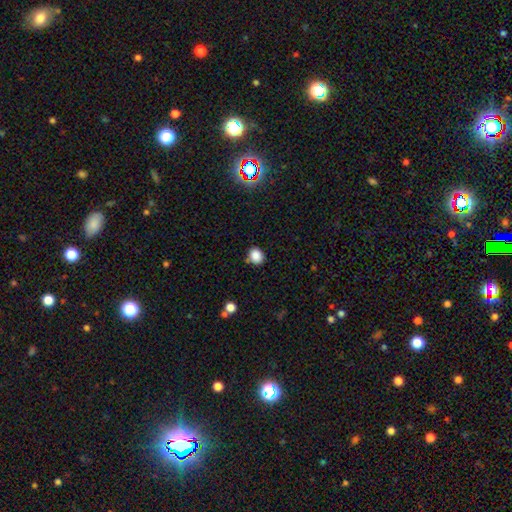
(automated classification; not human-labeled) Smooth or featured?
  - smooth: 85% *
  - star or artifact: 11%
  - featured or disk: 4%
How rounded?
  - round: 59% *
  - in between: 40%
  - cigar-shaped: 1%
Merging?
  - none: 78% *
  - minor disturbance: 14%
  - merger: 5%
  - major disturbance: 3%